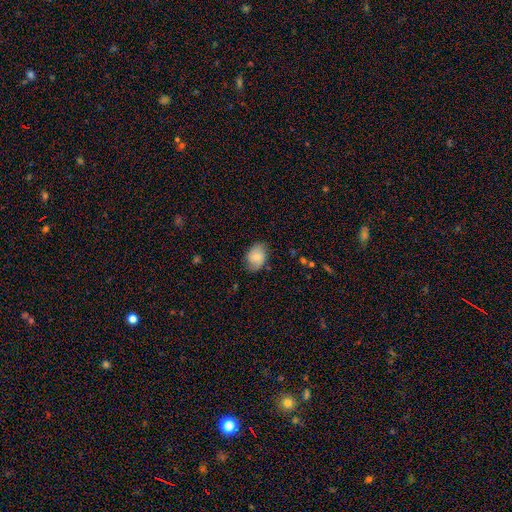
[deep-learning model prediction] Smooth or featured? smooth (76%)
How rounded? in between (75%)
Merging? none (78%)